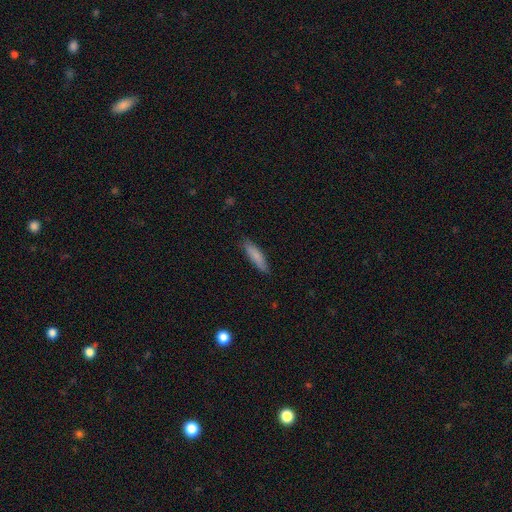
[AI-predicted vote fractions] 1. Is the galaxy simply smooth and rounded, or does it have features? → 82% smooth, 12% featured or disk, 6% star or artifact.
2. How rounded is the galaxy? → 70% cigar-shaped, 28% in between, 1% round.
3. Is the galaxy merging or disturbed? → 83% none, 14% minor disturbance, 2% major disturbance, 1% merger.